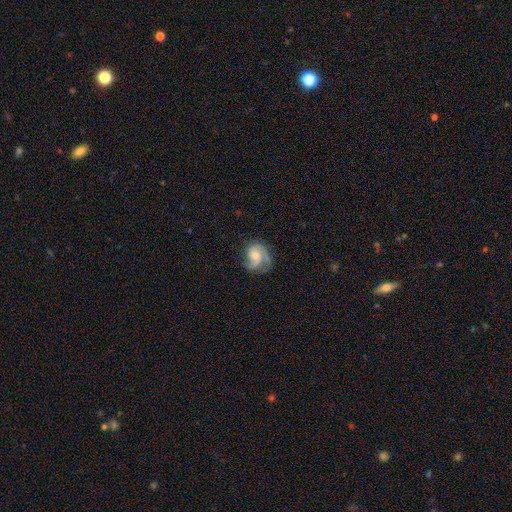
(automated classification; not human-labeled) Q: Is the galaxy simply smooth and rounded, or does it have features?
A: featured or disk — 73%.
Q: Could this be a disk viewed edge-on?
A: no — 98%.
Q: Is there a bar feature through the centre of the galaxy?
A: no — 67%.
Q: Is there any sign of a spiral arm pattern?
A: yes — 94%.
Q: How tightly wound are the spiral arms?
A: medium — 47%.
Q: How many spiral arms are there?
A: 2 — 44%.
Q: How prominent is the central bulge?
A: moderate — 44%.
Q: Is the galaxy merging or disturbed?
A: none — 60%.